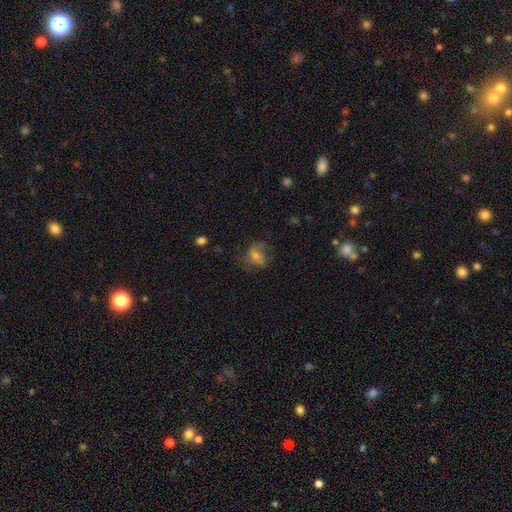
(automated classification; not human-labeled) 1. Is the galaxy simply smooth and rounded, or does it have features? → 52% smooth, 38% featured or disk, 10% star or artifact.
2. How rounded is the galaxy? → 50% round, 48% in between, 2% cigar-shaped.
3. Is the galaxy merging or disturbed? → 53% none, 23% minor disturbance, 22% major disturbance, 2% merger.